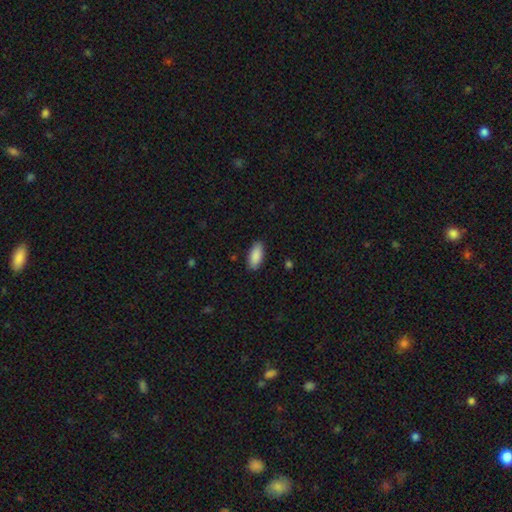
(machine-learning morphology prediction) The model was most divided on "merging": none: 88%, minor disturbance: 9%, major disturbance: 2%, merger: 1%. More confident: smooth or featured — smooth (90%); how rounded — in between (89%).